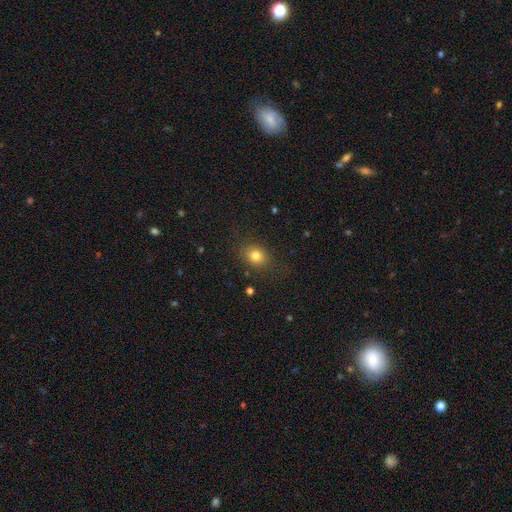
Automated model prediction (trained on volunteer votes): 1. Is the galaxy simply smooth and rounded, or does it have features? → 80% smooth, 12% star or artifact, 8% featured or disk.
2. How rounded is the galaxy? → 54% round, 45% in between, 1% cigar-shaped.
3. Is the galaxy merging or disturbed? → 82% none, 12% minor disturbance, 5% major disturbance, 1% merger.